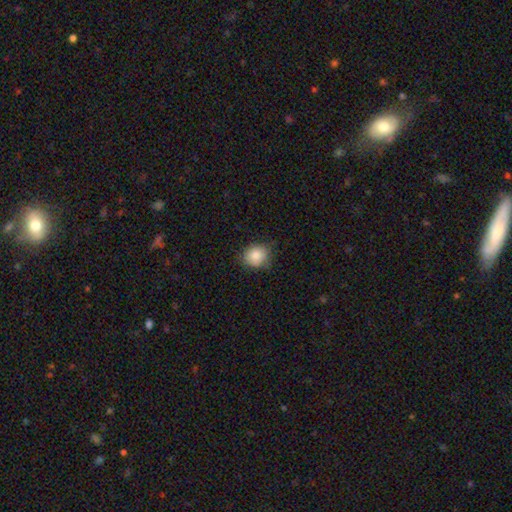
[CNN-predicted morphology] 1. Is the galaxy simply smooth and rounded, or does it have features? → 84% smooth, 9% star or artifact, 7% featured or disk.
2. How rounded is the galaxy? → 71% round, 28% in between, 1% cigar-shaped.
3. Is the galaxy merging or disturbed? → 76% none, 20% minor disturbance, 3% major disturbance, 1% merger.